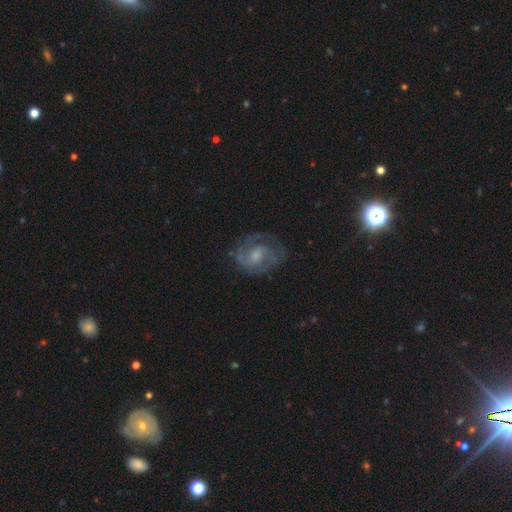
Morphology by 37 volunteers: smooth_or_featured: featured or disk (p=0.95) [alt: smooth p=0.05]
disk_edge_on: no (p=0.97) [alt: yes p=0.03]
bar: weak (p=0.56) [alt: no p=0.38]
has_spiral_arms: yes (p=0.91) [alt: no p=0.09]
spiral_winding: tight (p=0.48) [tied with: medium p=0.48]
spiral_arm_count: 2 (p=0.77) [alt: can't tell p=0.16]
bulge_size: moderate (p=0.44) [alt: small p=0.38]
merging: none (p=0.65) [alt: minor disturbance p=0.24]